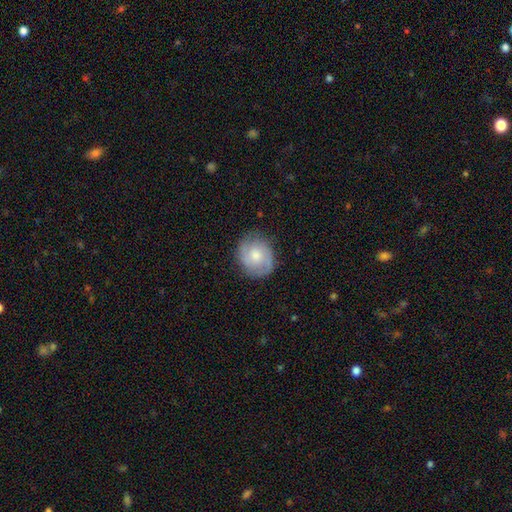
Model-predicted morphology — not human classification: The model was most divided on "bulge size": moderate: 54%, small: 32%, large: 9%, none: 4%, dominant: 2%. More confident: edge-on disk — no (98%); spiral arms — yes (89%); merging — none (79%); bar — no (68%); smooth or featured — featured or disk (58%).